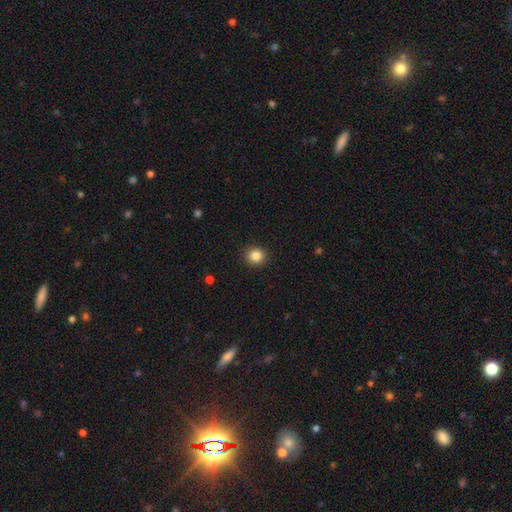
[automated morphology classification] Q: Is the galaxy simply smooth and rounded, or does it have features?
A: smooth — 86%.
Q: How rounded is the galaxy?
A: round — 88%.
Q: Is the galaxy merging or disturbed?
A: none — 92%.